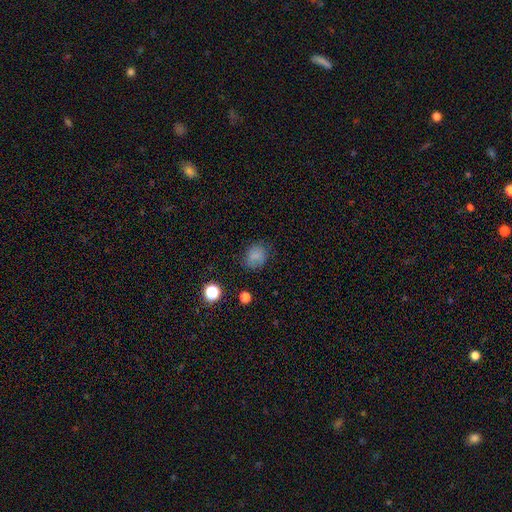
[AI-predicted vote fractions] Smooth or featured: smooth — 78% (star or artifact — 15%)
How rounded: round — 57% (in between — 42%)
Merging: none — 75% (minor disturbance — 18%)